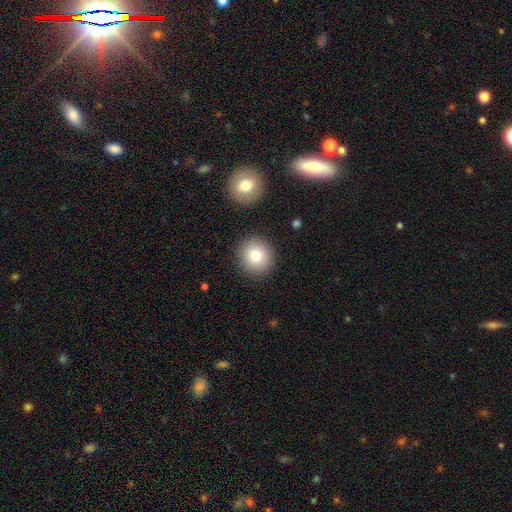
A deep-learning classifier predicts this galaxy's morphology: Smooth or featured: smooth — 78% (featured or disk — 12%)
How rounded: round — 92% (in between — 7%)
Merging: none — 89% (minor disturbance — 6%)